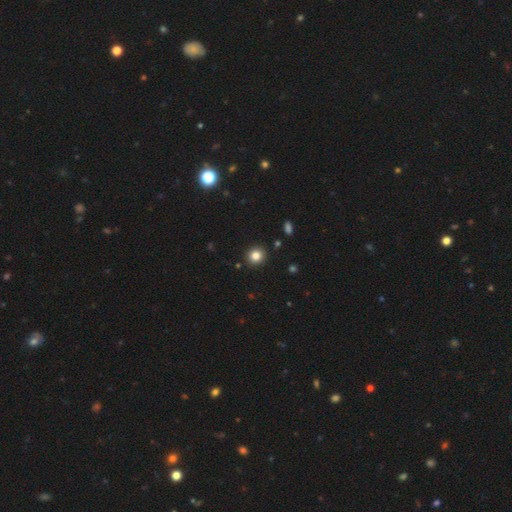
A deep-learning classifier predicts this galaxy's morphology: This is clearly a smooth galaxy (83%). How rounded: clearly round (89%). Merging: clearly none (91%).